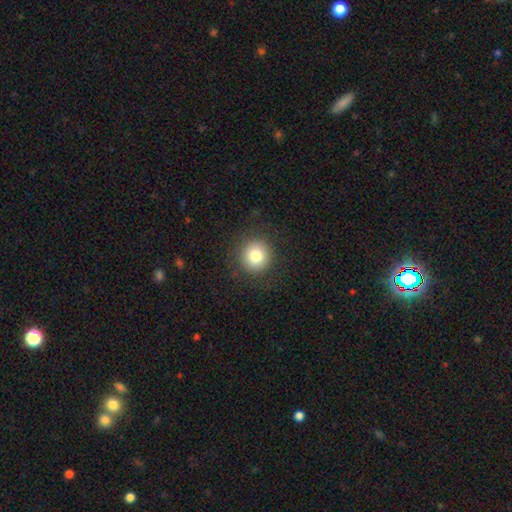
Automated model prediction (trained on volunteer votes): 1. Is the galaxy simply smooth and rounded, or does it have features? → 80% smooth, 11% star or artifact, 9% featured or disk.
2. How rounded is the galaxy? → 94% round, 5% in between, 1% cigar-shaped.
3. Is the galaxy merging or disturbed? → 89% none, 7% minor disturbance, 3% major disturbance, 1% merger.